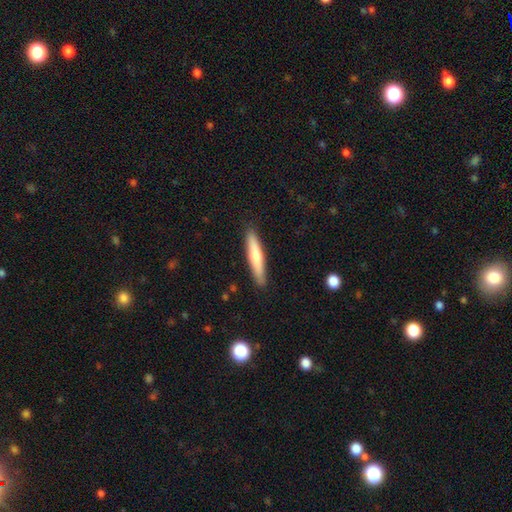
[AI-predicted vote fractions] Smooth or featured: smooth — 69% (featured or disk — 26%)
How rounded: cigar-shaped — 91% (in between — 8%)
Merging: none — 89% (minor disturbance — 8%)